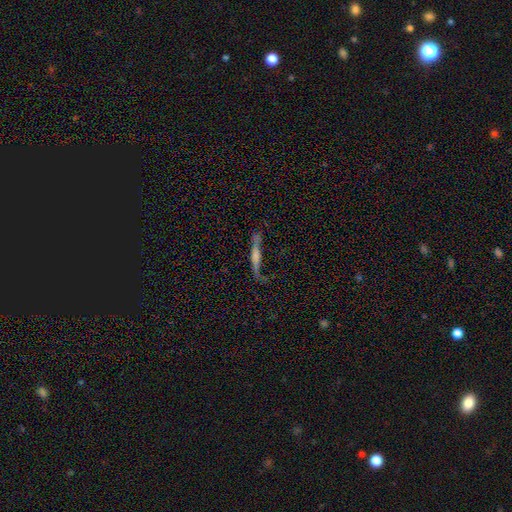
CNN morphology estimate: Q: Smooth or featured?
A: featured or disk (56%); runner-up: smooth (36%)
Q: Edge-on disk?
A: yes (88%); runner-up: no (12%)
Q: Merging?
A: none (57%); runner-up: minor disturbance (24%)